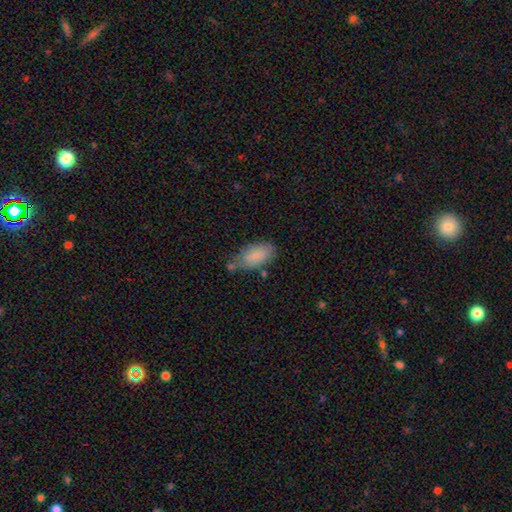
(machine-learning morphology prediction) This is likely a smooth galaxy (79%). How rounded: clearly in between (93%). Merging: likely none (61%).